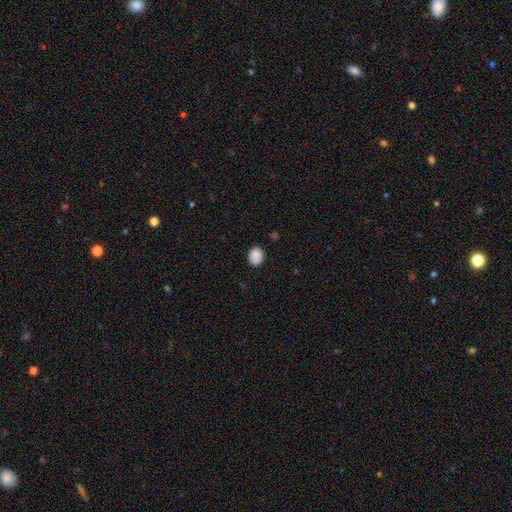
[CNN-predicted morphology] smooth_or_featured: smooth (p=0.83) [alt: star or artifact p=0.09]
how_rounded: in between (p=0.52) [alt: round p=0.47]
merging: none (p=0.78) [alt: minor disturbance p=0.18]